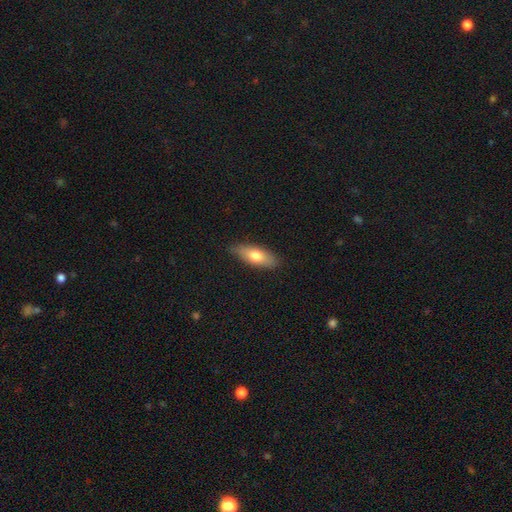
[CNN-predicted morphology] Overall: smooth (71%). How rounded: in between (74%). Merging: none (85%).